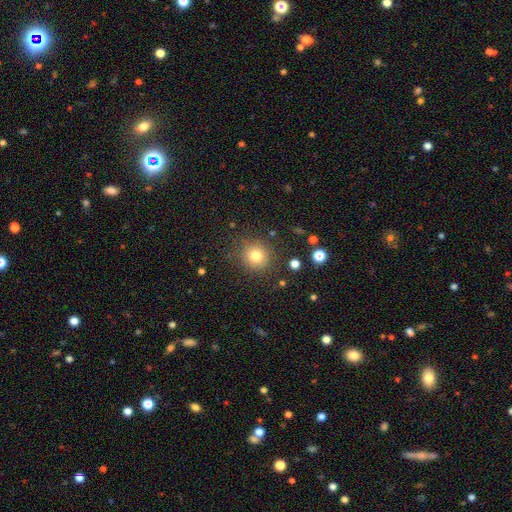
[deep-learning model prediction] Smooth or featured? smooth (78%)
How rounded? round (92%)
Merging? none (85%)